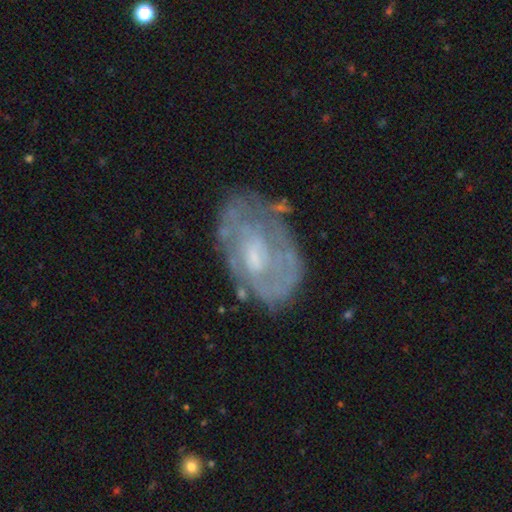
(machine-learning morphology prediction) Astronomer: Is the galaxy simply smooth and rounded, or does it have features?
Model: featured or disk — 70%.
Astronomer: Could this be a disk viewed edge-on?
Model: no — 95%.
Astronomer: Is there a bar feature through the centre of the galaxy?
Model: no — 57% (runner-up: weak, 36%).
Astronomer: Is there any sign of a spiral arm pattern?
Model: yes — 55% (runner-up: no, 45%).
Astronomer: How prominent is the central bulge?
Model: moderate — 43% (runner-up: small, 41%).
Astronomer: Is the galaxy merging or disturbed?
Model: none — 64%.